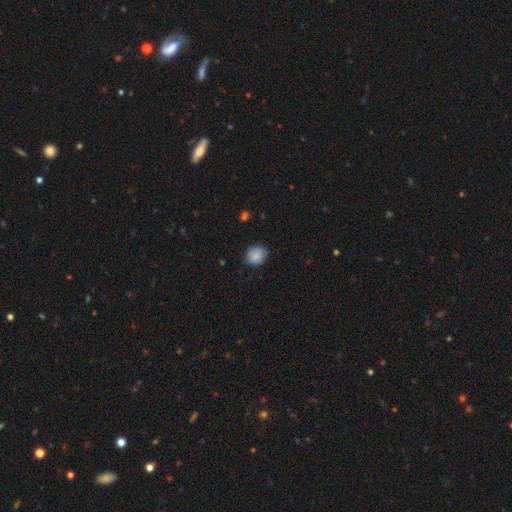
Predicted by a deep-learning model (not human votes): A smooth galaxy with no disk features (88%) that is round (76%). Merging: none (80%).